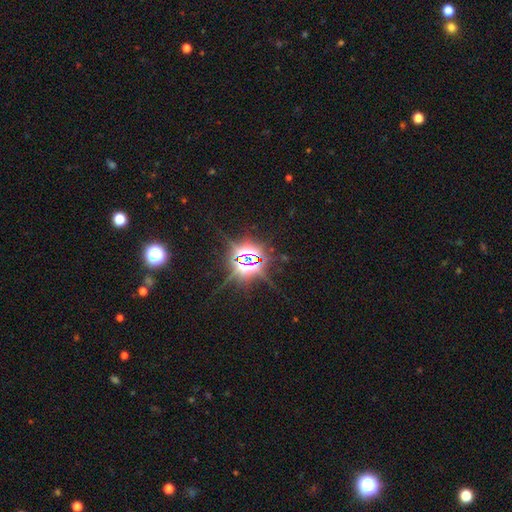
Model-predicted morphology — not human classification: This is clearly a star or artifact rather than a galaxy (81%).